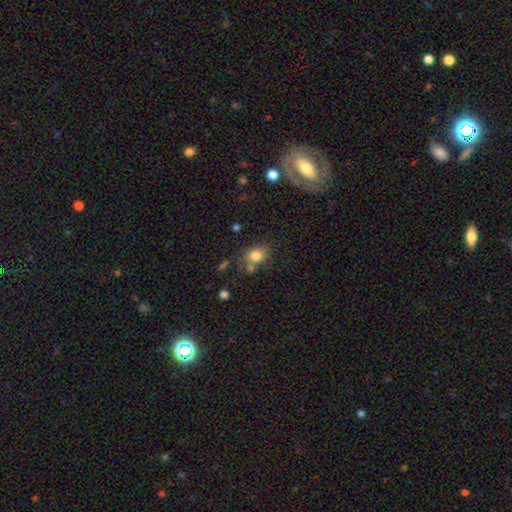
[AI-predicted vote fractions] Smooth or featured? smooth (80%)
How rounded? in between (62%)
Merging? none (63%)